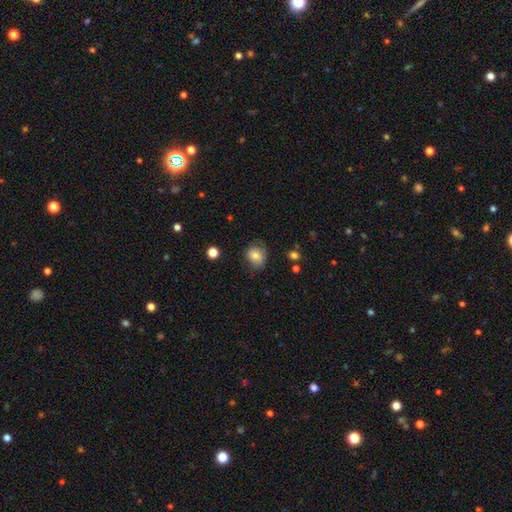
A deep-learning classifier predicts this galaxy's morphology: Smooth or featured: smooth — 73% (featured or disk — 18%)
How rounded: round — 55% (in between — 44%)
Merging: none — 63% (minor disturbance — 25%)